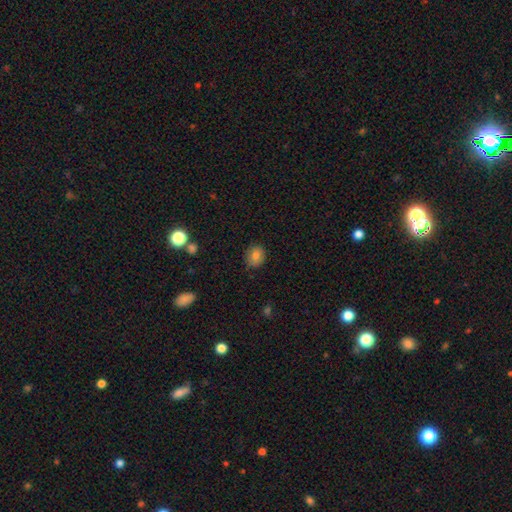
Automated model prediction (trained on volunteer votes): Overall: smooth (81%). How rounded: round (64%; in between 35%). Merging: none (84%).